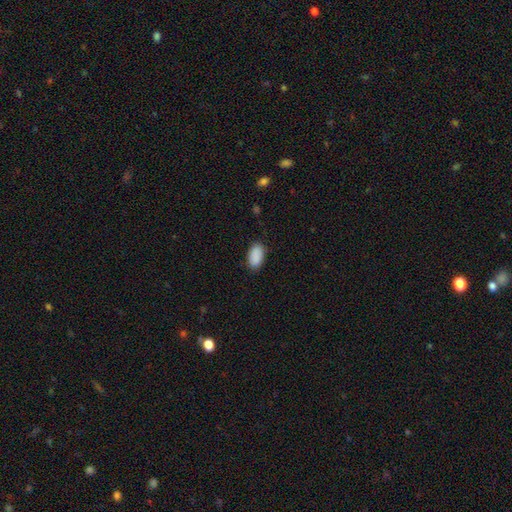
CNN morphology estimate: smooth 91%, star or artifact 7%, featured or disk 3%. Down the decision tree: how rounded — in between (95%); merging — none (86%).